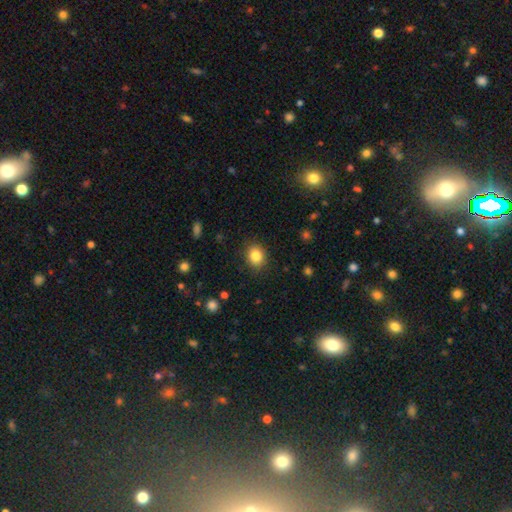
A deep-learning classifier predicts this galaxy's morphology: This appears to be a smooth galaxy with no disk features (84%) that is round (67%). Merging: none (88%).